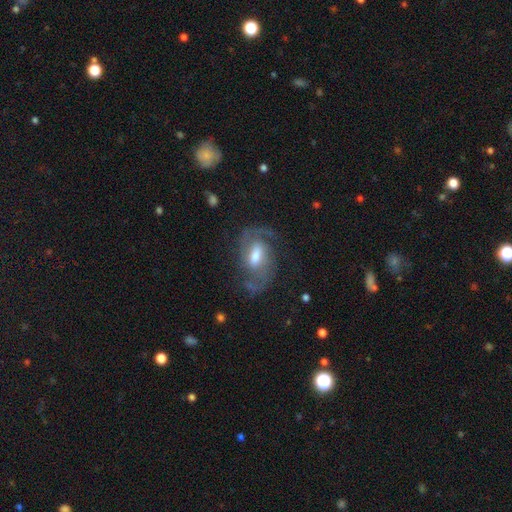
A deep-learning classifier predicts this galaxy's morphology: This is clearly a featured or disk galaxy (86%). It is clearly not viewed edge-on (97%). Bar: possibly weak (54%). Spiral arm pattern: clearly yes (96%). Spiral arm count: clearly 2 (87%). Spiral winding: possibly medium (55%). Central bulge: possibly moderate (56%). Merging: likely none (70%).